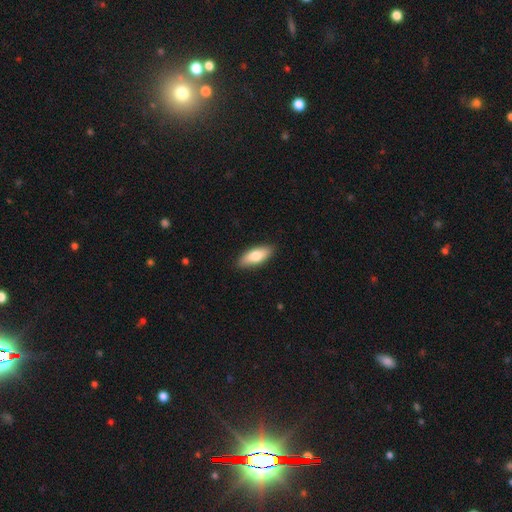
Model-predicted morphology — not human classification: The model was most divided on "how rounded": in between: 74%, cigar-shaped: 23%, round: 2%. More confident: merging — none (88%); smooth or featured — smooth (76%).